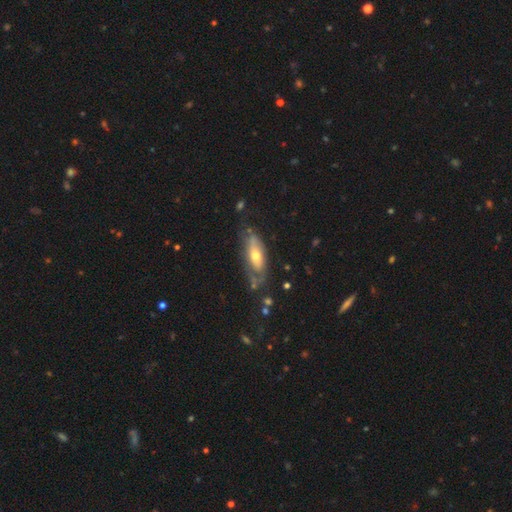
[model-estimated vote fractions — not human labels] featured or disk 52%, smooth 41%, star or artifact 7%. Down the decision tree: edge-on disk — no (75%); merging — none (52%).